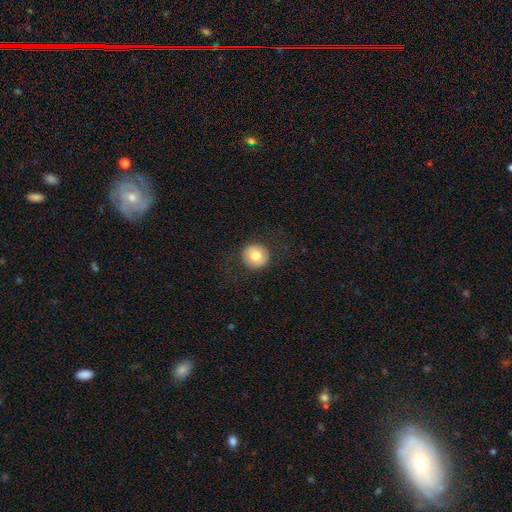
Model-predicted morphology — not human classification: smooth 76%, featured or disk 15%, star or artifact 8%. Down the decision tree: how rounded — round (93%); merging — none (87%).